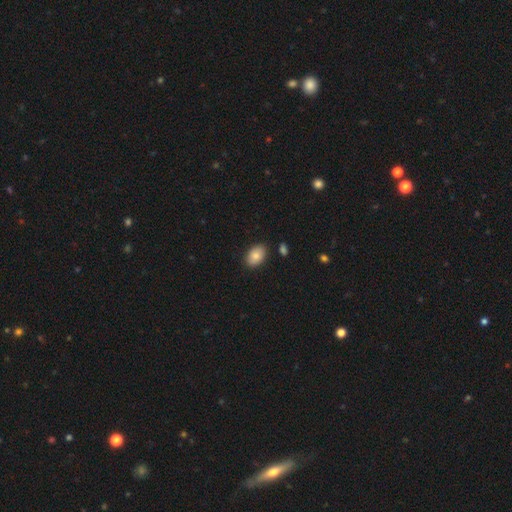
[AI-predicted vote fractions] This appears to be a smooth galaxy with no disk features (84%) that is in between round and cigar-shaped (89%). Merging: none (86%).